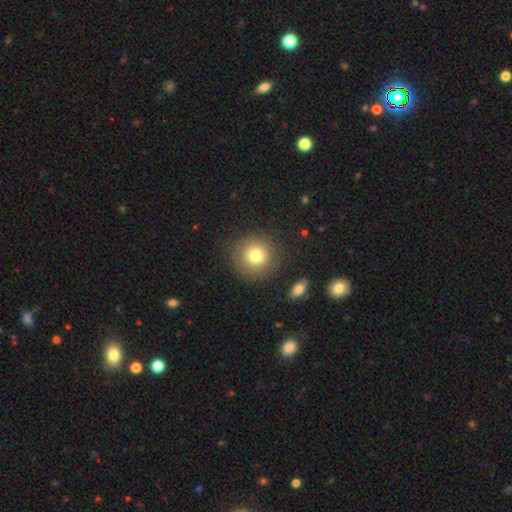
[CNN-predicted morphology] A smooth galaxy with no disk features (78%) that is round (93%).

Vote fractions:
- Smooth or featured? smooth: 78% / featured or disk: 11% / star or artifact: 11%
- How rounded? round: 93% / in between: 6% / cigar-shaped: 1%
- Merging? none: 86% / minor disturbance: 9% / major disturbance: 4% / merger: 2%